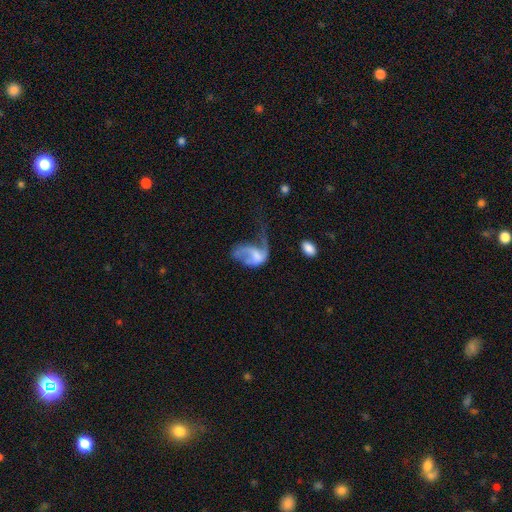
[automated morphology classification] Smooth or featured? Predicted: featured or disk (p=0.62). Edge-on disk? Predicted: no (p=0.97). Bar? Predicted: no (p=0.60). Spiral arms? Predicted: yes (p=0.67). Bulge size? Predicted: none (p=0.39). Merging? Predicted: major disturbance (p=0.61).